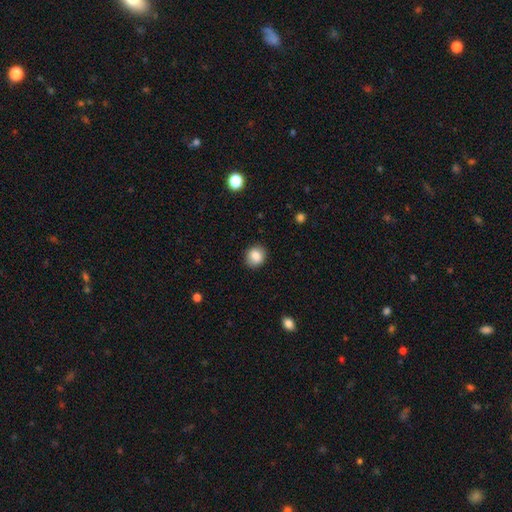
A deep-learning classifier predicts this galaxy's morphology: smooth-or-featured: smooth: 85% | star or artifact: 9% | featured or disk: 6%
  how-rounded: round: 77% | in between: 22% | cigar-shaped: 1%
  merging: none: 89% | minor disturbance: 8% | major disturbance: 2% | merger: 1%